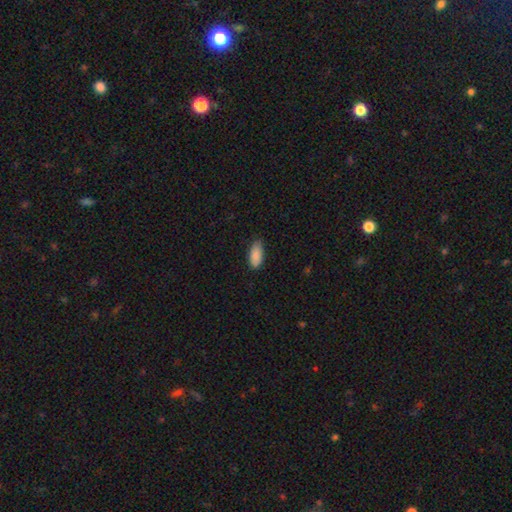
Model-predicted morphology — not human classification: smooth_or_featured: smooth (p=0.89) [alt: star or artifact p=0.06]
how_rounded: in between (p=0.88) [alt: cigar-shaped p=0.10]
merging: none (p=0.76) [alt: minor disturbance p=0.20]